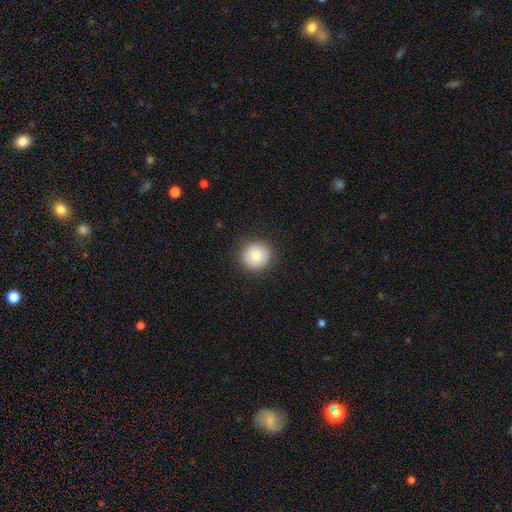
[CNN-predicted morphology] smooth_or_featured: smooth (p=0.76) [alt: featured or disk p=0.15]
how_rounded: round (p=0.95) [alt: in between p=0.04]
merging: none (p=0.90) [alt: minor disturbance p=0.07]